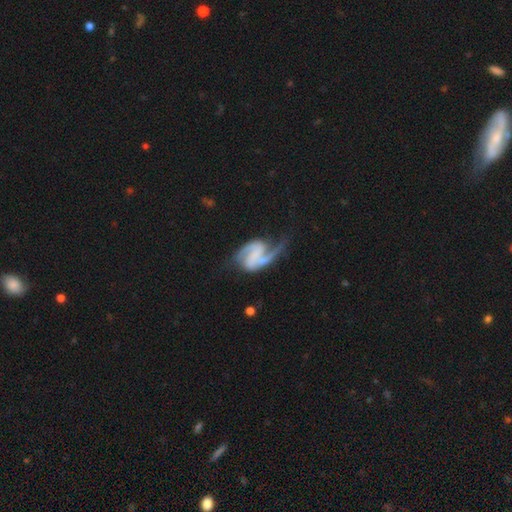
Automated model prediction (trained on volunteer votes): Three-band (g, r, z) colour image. It shows a featured or disk galaxy (86%) with a weak bar (38%), 2 (83%) medium (45%) spiral arms (96%) and no central bulge (64%). Merging: none (50%).